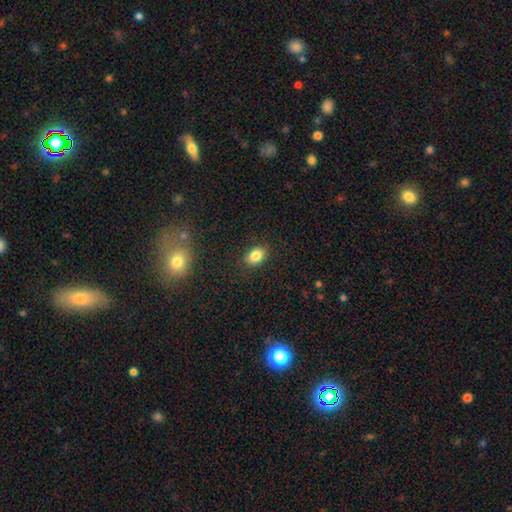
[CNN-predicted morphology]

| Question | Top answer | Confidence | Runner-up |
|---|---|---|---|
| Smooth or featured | smooth | 84% | star or artifact (10%) |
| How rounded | in between | 72% | round (27%) |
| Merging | none | 85% | minor disturbance (11%) |